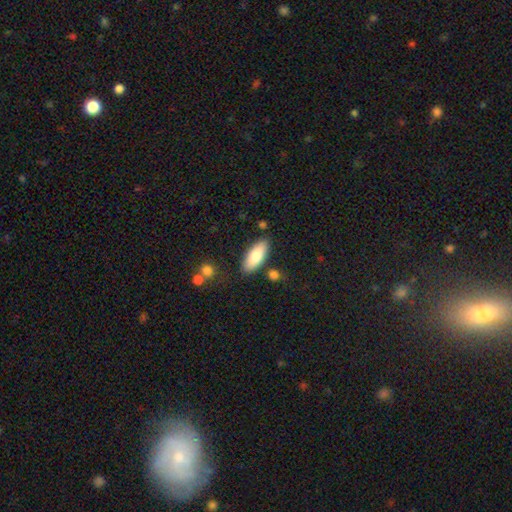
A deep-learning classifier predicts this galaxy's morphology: Overall: smooth (80%). How rounded: in between (76%). Merging: none (82%).